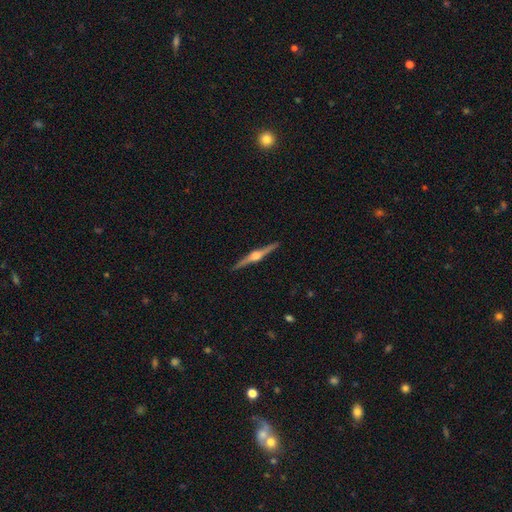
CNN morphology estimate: Smooth or featured? featured or disk (86%)
Edge-on disk? yes (99%)
Edge-on bulge? rounded (93%)
Merging? none (93%)